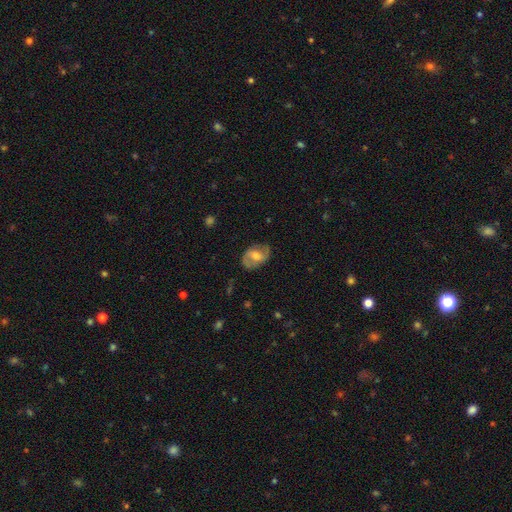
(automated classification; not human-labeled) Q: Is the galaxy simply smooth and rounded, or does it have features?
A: featured or disk — 60%.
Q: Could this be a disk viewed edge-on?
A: no — 96%.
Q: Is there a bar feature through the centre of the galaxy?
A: weak — 48%.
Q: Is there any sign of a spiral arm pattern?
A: yes — 80%.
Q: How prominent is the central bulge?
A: moderate — 62%.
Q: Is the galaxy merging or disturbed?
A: none — 74%.